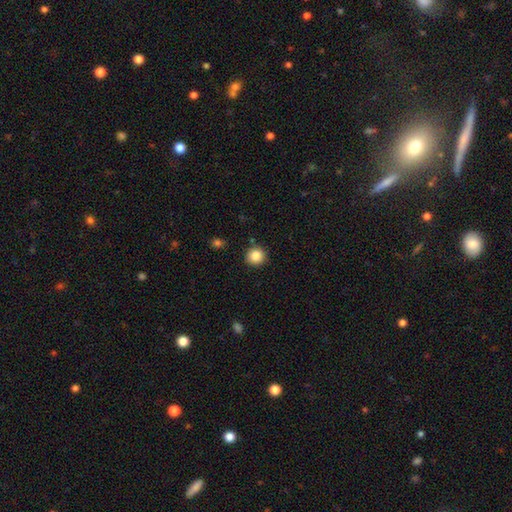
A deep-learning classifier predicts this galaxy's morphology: smooth 84%, star or artifact 10%, featured or disk 6%. Down the decision tree: how rounded — round (94%); merging — none (90%).